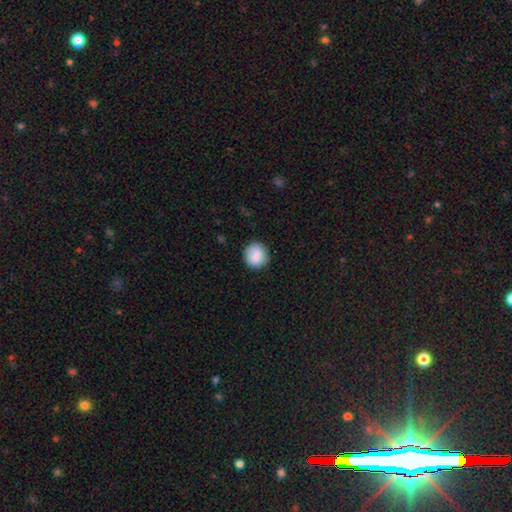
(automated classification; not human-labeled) The model was most divided on "how rounded": round: 85%, in between: 14%, cigar-shaped: 1%. More confident: smooth or featured — smooth (86%); merging — none (84%).